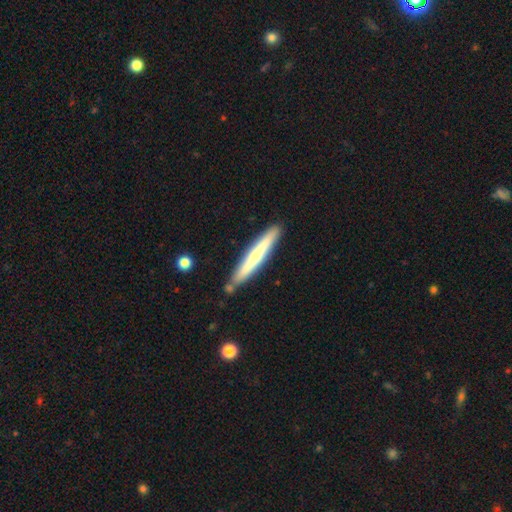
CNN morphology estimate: smooth 61%, featured or disk 34%, star or artifact 5%. Down the decision tree: how rounded — cigar-shaped (96%); merging — none (85%).